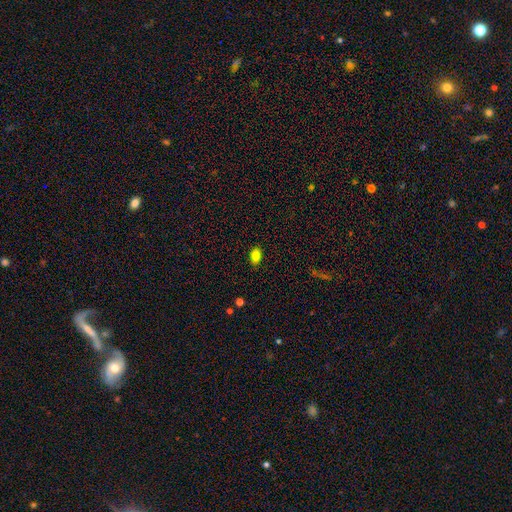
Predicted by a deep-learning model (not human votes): Smooth or featured?
  - smooth: 84% *
  - star or artifact: 10%
  - featured or disk: 6%
How rounded?
  - in between: 87% *
  - round: 11%
  - cigar-shaped: 2%
Merging?
  - none: 86% *
  - minor disturbance: 11%
  - major disturbance: 2%
  - merger: 1%